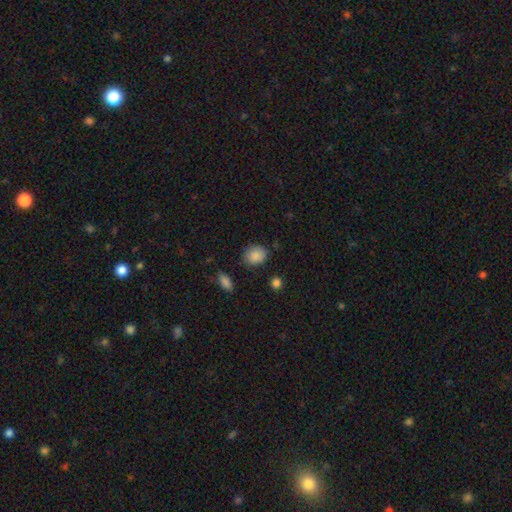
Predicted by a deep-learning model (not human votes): smooth_or_featured: smooth (p=0.87) [alt: star or artifact p=0.08]
how_rounded: round (p=0.62) [alt: in between p=0.37]
merging: none (p=0.78) [alt: minor disturbance p=0.16]